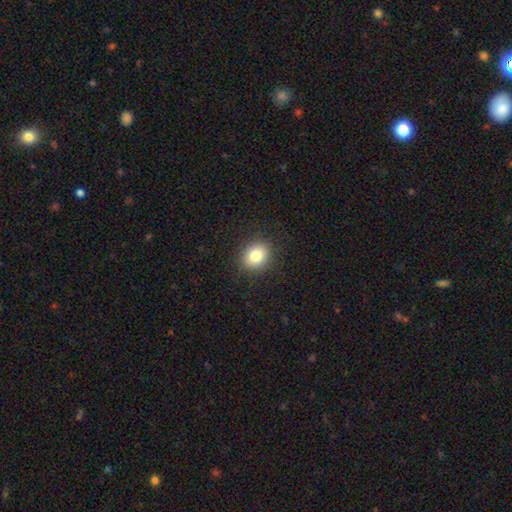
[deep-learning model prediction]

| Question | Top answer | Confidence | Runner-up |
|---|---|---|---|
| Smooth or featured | smooth | 82% | star or artifact (10%) |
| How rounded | round | 69% | in between (31%) |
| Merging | none | 89% | minor disturbance (8%) |